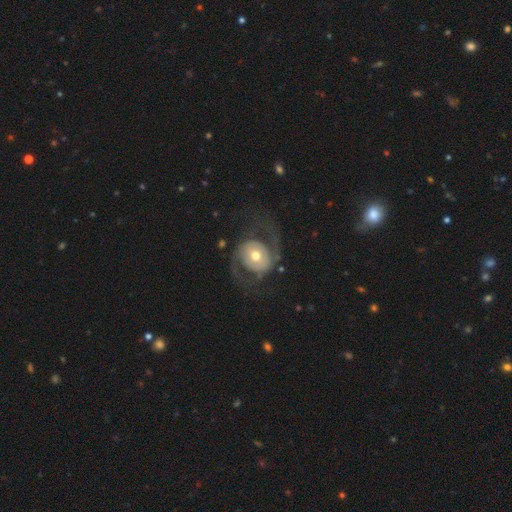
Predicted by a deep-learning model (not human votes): A featured or disk galaxy (77%) with no bar (65%), 2 (90%) loose (45%) spiral arms (83%) and a moderate central bulge (71%). Merging: none (62%).